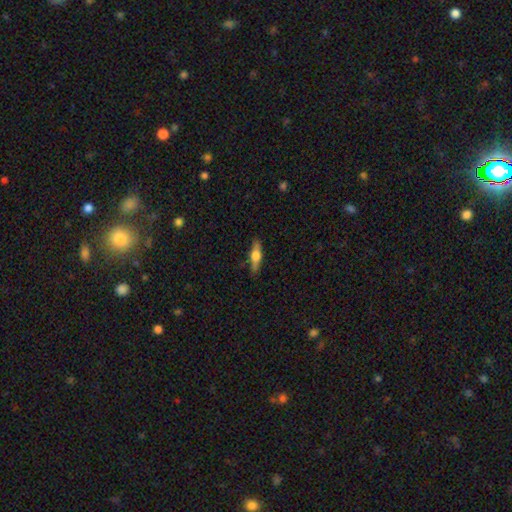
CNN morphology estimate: This is possibly a smooth galaxy (49%). Merging: clearly none (83%).